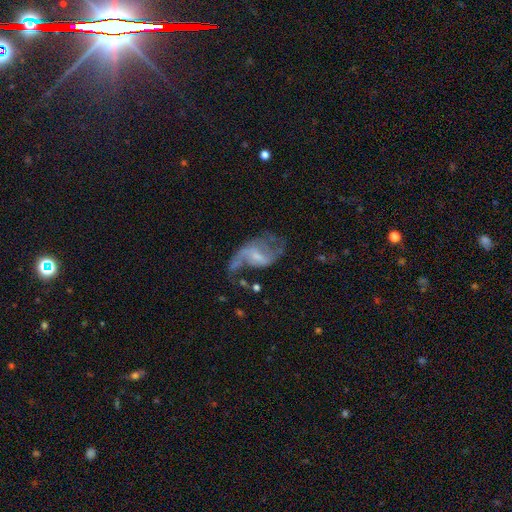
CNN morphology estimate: Smooth or featured? Predicted: featured or disk (p=0.78). Edge-on disk? Predicted: no (p=0.97). Bar? Predicted: weak (p=0.53). Spiral arms? Predicted: yes (p=0.85). Spiral winding? Predicted: loose (p=0.70). Spiral arm count? Predicted: 2 (p=0.74). Bulge size? Predicted: small (p=0.50). Merging? Predicted: none (p=0.37).